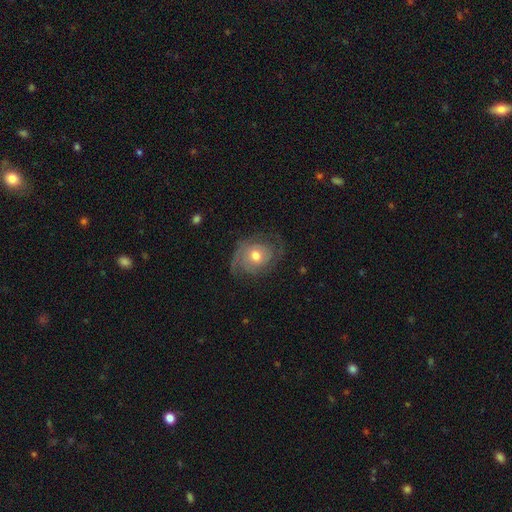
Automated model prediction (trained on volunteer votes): featured or disk 67%, smooth 26%, star or artifact 7%. Down the decision tree: edge-on disk — no (96%); bar — no (73%); spiral arms — yes (86%); spiral arm count — 2 (51%); spiral winding — tight (41%); bulge size — moderate (74%); merging — none (62%).